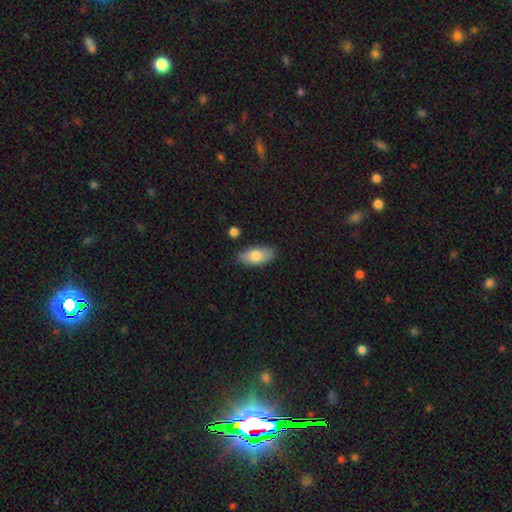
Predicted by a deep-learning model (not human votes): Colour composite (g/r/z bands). It shows a smooth galaxy with no disk features (77%) that is in between round and cigar-shaped (91%). Merging: none (83%).